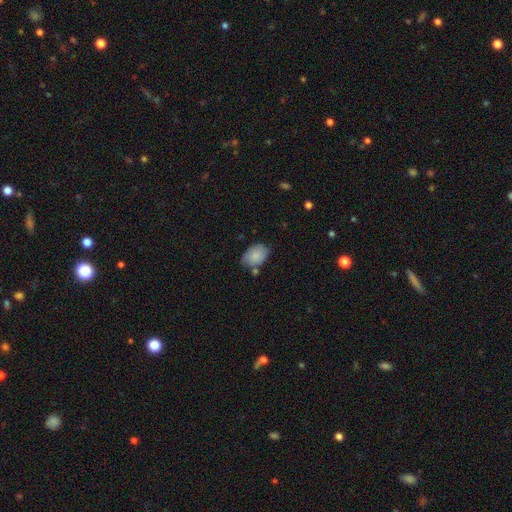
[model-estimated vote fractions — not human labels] Smooth or featured? smooth (82%)
How rounded? in between (84%)
Merging? none (61%)